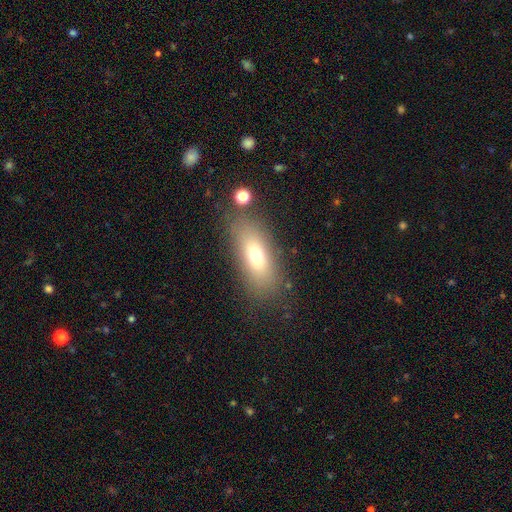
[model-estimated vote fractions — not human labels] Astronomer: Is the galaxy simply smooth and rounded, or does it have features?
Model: smooth — 68%.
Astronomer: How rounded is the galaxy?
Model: in between — 74%.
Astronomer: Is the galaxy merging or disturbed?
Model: none — 77%.